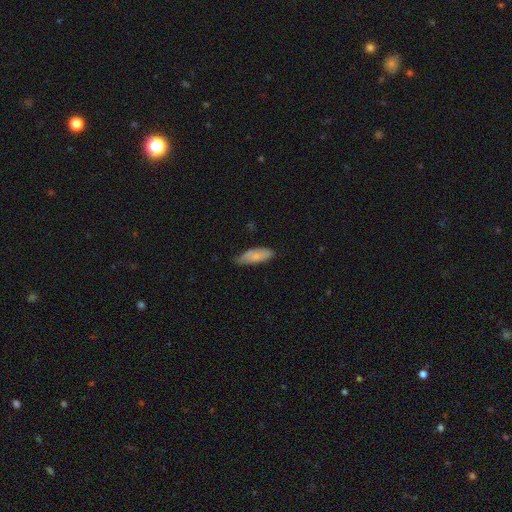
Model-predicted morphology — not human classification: This appears to be a smooth galaxy with no disk features (78%) that is in between round and cigar-shaped (64%). Merging: none (64%).